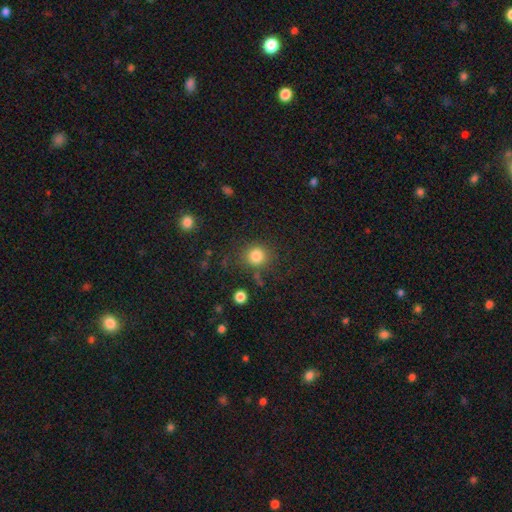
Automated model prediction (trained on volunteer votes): Smooth or featured? Predicted: smooth (p=0.83). How rounded? Predicted: round (p=0.85). Merging? Predicted: none (p=0.77).